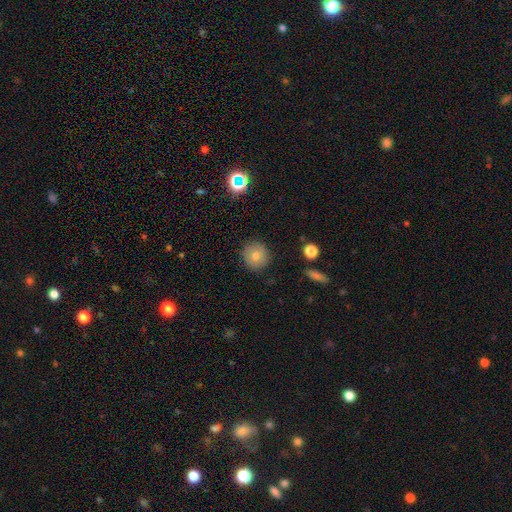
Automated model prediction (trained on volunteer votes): Smooth or featured: smooth — 71% (featured or disk — 17%)
How rounded: round — 94% (in between — 5%)
Merging: none — 89% (minor disturbance — 7%)